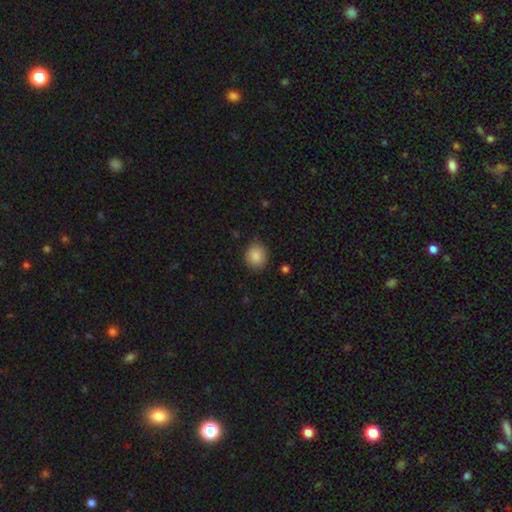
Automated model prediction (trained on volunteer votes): Smooth or featured: smooth — 87% (star or artifact — 8%)
How rounded: round — 68% (in between — 31%)
Merging: none — 81% (minor disturbance — 15%)